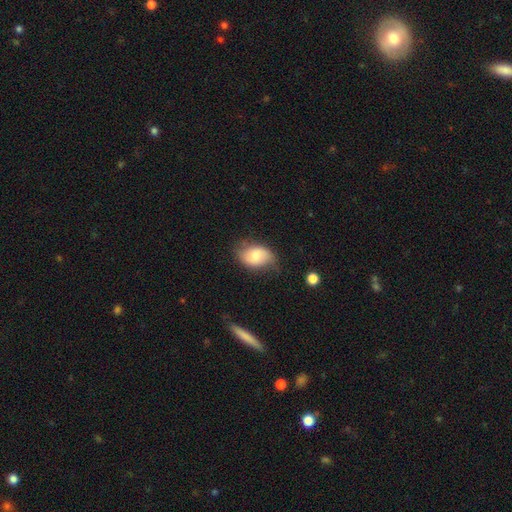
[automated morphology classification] type=smooth (60%); roundness=in between (83%); merging=none (57%).